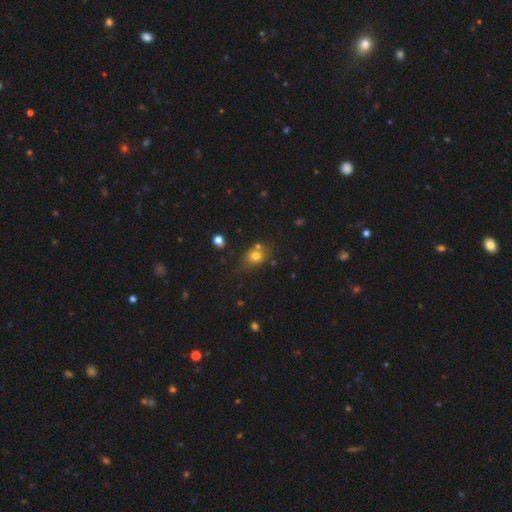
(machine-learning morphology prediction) A smooth galaxy with no disk features (73%) that is round (52%).

Vote fractions:
- Smooth or featured? smooth: 73% / star or artifact: 15% / featured or disk: 12%
- How rounded? round: 52% / in between: 47% / cigar-shaped: 1%
- Merging? none: 62% / minor disturbance: 18% / merger: 15% / major disturbance: 5%